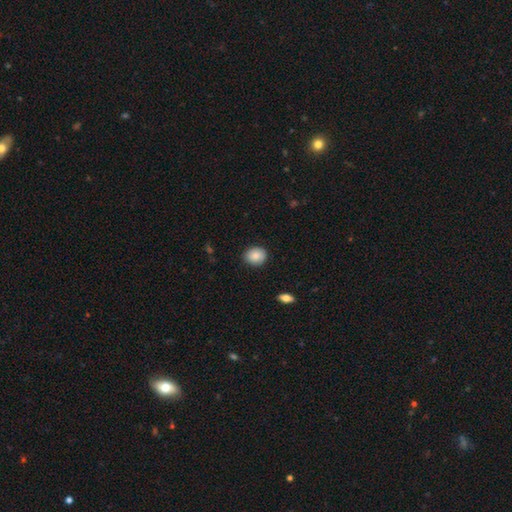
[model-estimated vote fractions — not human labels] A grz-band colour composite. It shows a smooth galaxy with no disk features (85%) that is round (62%). Merging: none (87%).